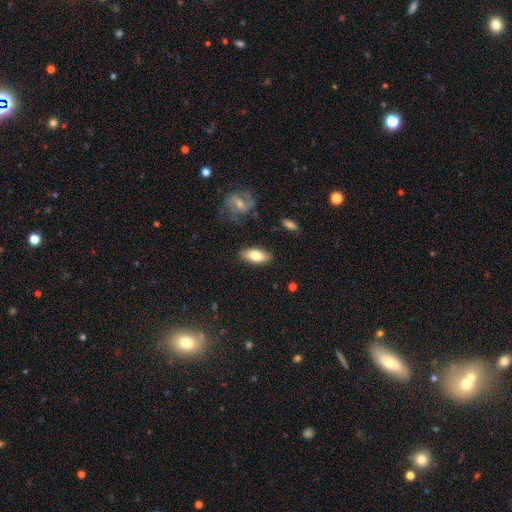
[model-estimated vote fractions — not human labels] Smooth or featured? Predicted: smooth (p=0.77). How rounded? Predicted: in between (p=0.87). Merging? Predicted: none (p=0.83).